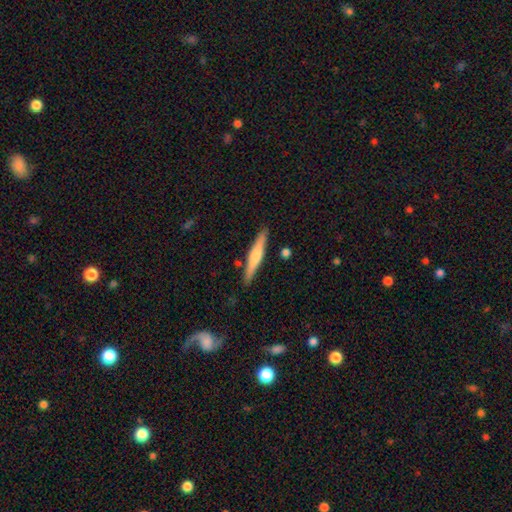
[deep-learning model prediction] smooth-or-featured: featured or disk: 52% | smooth: 43% | star or artifact: 6%
  disk-edge-on: yes: 96% | no: 4%
  merging: none: 87% | minor disturbance: 9% | merger: 2% | major disturbance: 2%